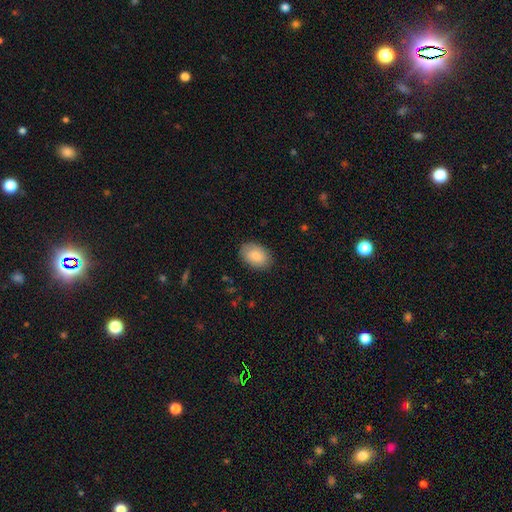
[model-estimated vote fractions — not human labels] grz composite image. It shows a smooth galaxy with no disk features (86%) that is in between round and cigar-shaped (86%). Merging: none (85%).